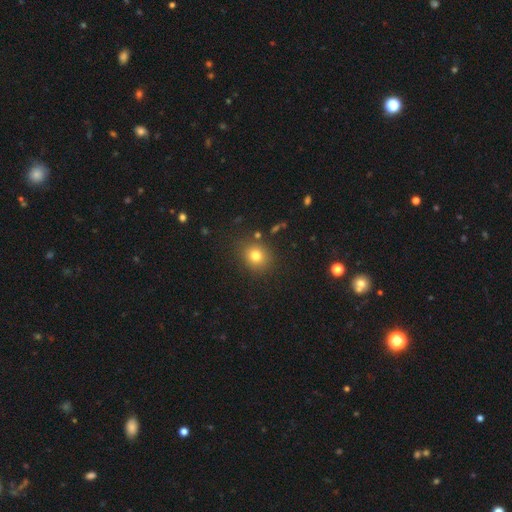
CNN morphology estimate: Smooth or featured?
  - smooth: 78% *
  - star or artifact: 14%
  - featured or disk: 8%
How rounded?
  - round: 80% *
  - in between: 20%
  - cigar-shaped: 1%
Merging?
  - none: 85% *
  - minor disturbance: 9%
  - major disturbance: 3%
  - merger: 3%